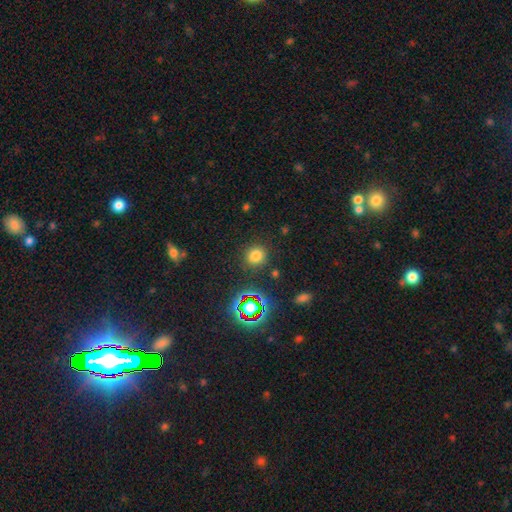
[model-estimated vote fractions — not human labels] A smooth galaxy with no disk features (71%) that is round (87%). Merging: none (87%).